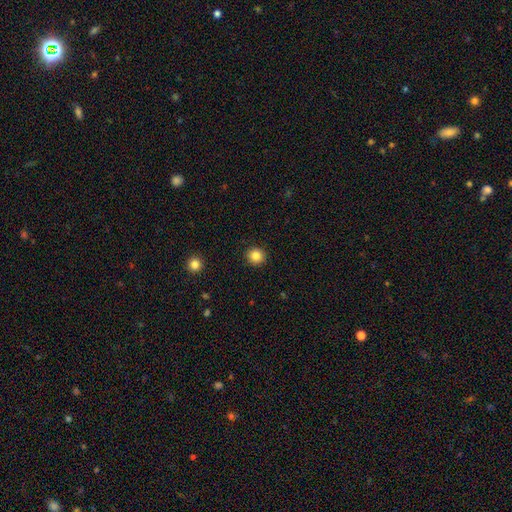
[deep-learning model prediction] This appears to be a smooth galaxy with no disk features (84%) that is round (93%). Merging: none (92%).